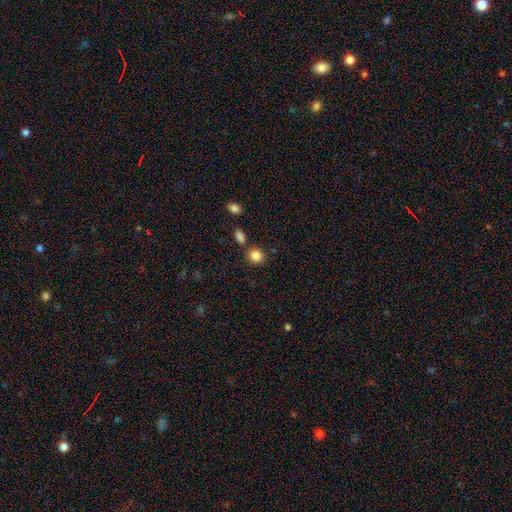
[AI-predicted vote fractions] A smooth galaxy with no disk features (86%) that is round (82%).

Vote fractions:
- Smooth or featured? smooth: 86% / star or artifact: 10% / featured or disk: 5%
- How rounded? round: 82% / in between: 17% / cigar-shaped: 1%
- Merging? none: 78% / merger: 10% / minor disturbance: 9% / major disturbance: 3%